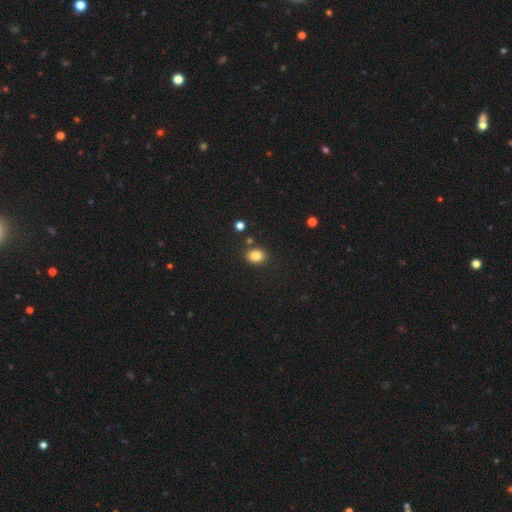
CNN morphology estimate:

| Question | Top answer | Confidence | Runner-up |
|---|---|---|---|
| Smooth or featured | smooth | 83% | star or artifact (11%) |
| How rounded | in between | 56% | round (43%) |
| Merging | none | 83% | minor disturbance (10%) |